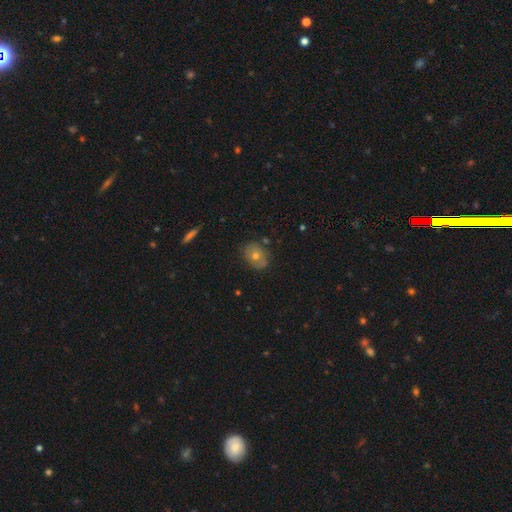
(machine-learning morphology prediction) A smooth galaxy with no disk features (52%) that is in between round and cigar-shaped (54%). Merging: none (79%).